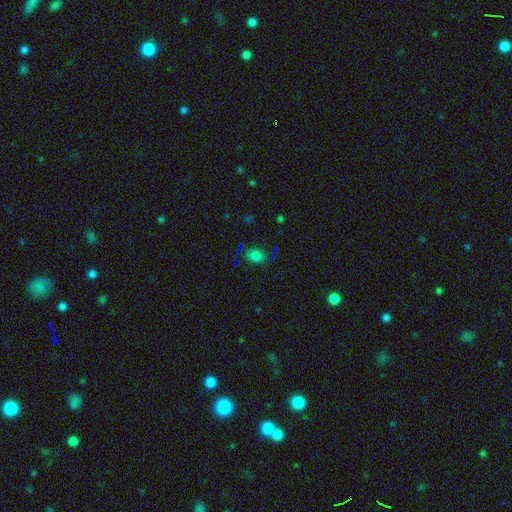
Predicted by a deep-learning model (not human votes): Q: Smooth or featured?
A: smooth (71%); runner-up: star or artifact (23%)
Q: How rounded?
A: in between (78%); runner-up: round (20%)
Q: Merging?
A: none (84%); runner-up: minor disturbance (11%)